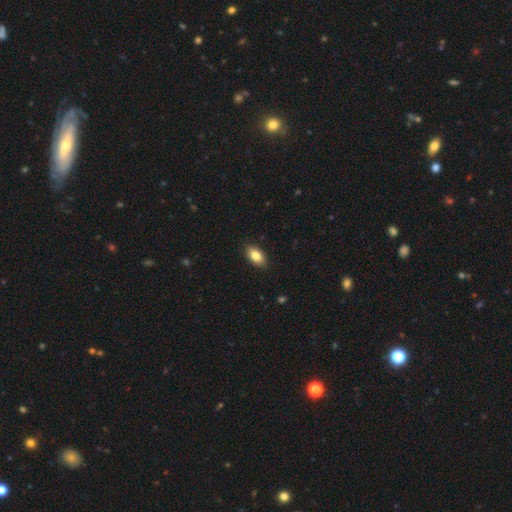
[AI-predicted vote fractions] Morphology: type=smooth (84%); roundness=in between (91%); merging=none (88%).